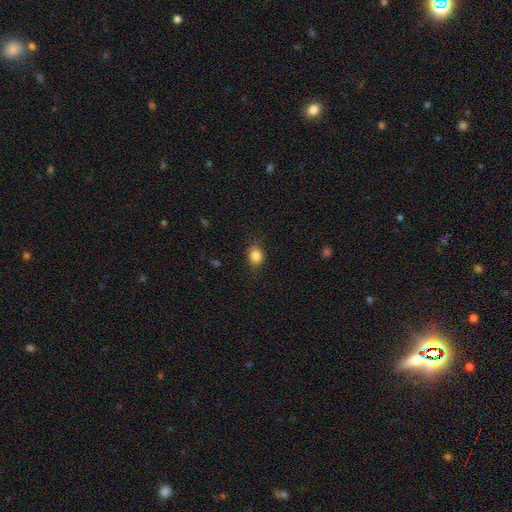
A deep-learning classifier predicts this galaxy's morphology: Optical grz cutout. It shows a smooth galaxy with no disk features (84%) that is round (56%). Merging: none (82%).